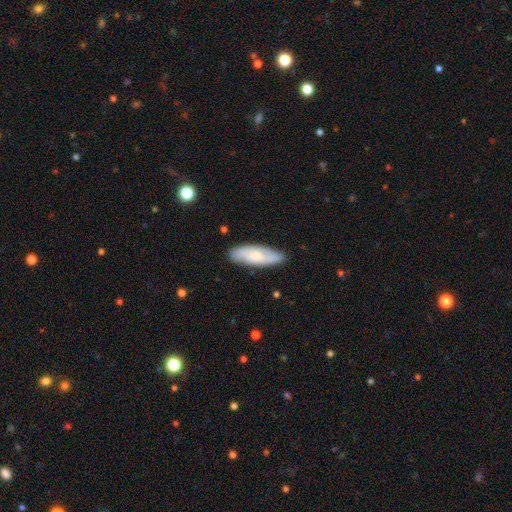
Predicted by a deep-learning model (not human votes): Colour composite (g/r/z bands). It shows a smooth galaxy with no disk features (58%) that is in between round and cigar-shaped (55%). Merging: none (85%).